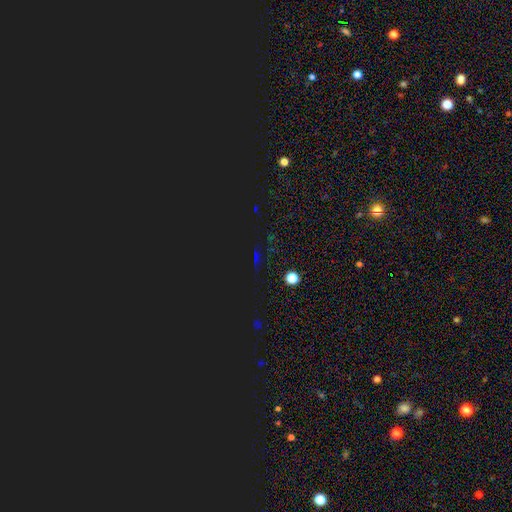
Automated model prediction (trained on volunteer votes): This is likely a star or artifact rather than a galaxy (77%).